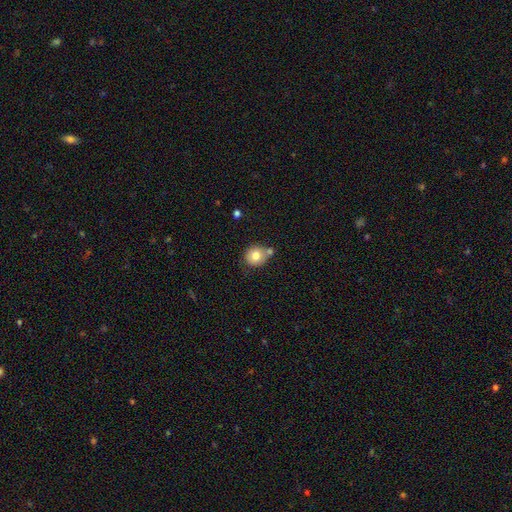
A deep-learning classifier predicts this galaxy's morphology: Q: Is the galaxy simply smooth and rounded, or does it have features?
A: smooth — 78%.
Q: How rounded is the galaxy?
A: round — 83%.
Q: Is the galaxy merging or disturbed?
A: none — 54%.